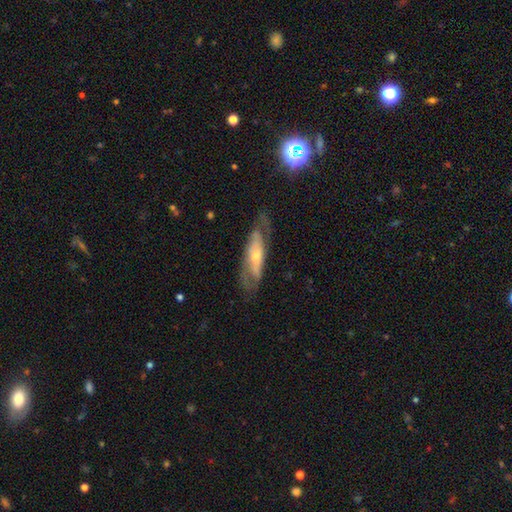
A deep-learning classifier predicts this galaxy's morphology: Smooth or featured? Predicted: featured or disk (p=0.71). Edge-on disk? Predicted: no (p=0.71). Bar? Predicted: no (p=0.60). Spiral arms? Predicted: yes (p=0.81). Bulge size? Predicted: moderate (p=0.49). Merging? Predicted: none (p=0.68).